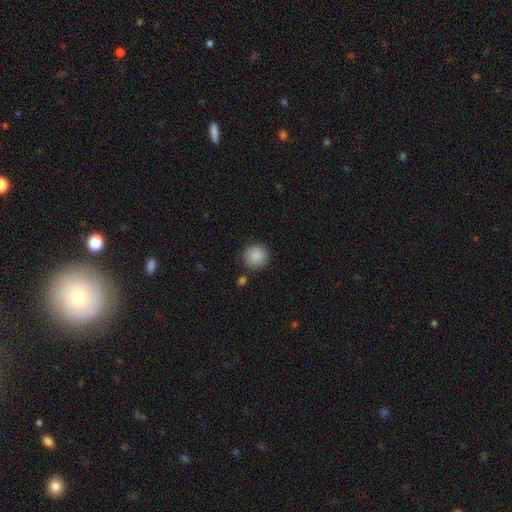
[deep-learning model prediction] Smooth or featured: smooth — 89% (star or artifact — 7%)
How rounded: round — 94% (in between — 5%)
Merging: none — 87% (minor disturbance — 8%)